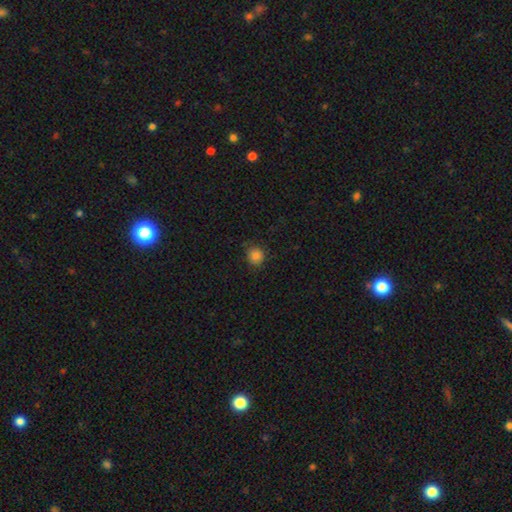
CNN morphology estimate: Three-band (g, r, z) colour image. It shows a smooth galaxy with no disk features (84%) that is round (87%). Merging: none (81%).